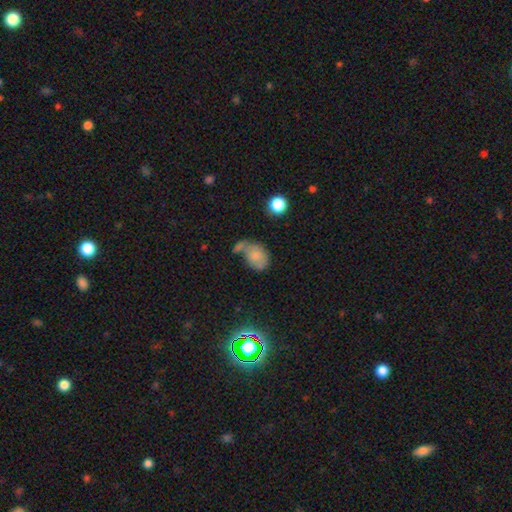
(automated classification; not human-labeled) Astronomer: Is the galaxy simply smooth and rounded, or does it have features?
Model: smooth — 72%.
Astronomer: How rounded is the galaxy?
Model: in between — 78%.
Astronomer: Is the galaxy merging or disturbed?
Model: none — 31% (runner-up: merger, 29%).